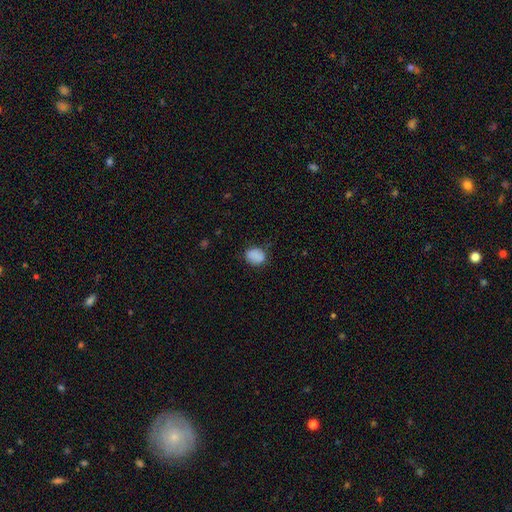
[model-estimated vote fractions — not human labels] smooth-or-featured: smooth: 86% | star or artifact: 9% | featured or disk: 5%
  how-rounded: in between: 51% | round: 48% | cigar-shaped: 1%
  merging: none: 74% | minor disturbance: 20% | major disturbance: 5% | merger: 2%